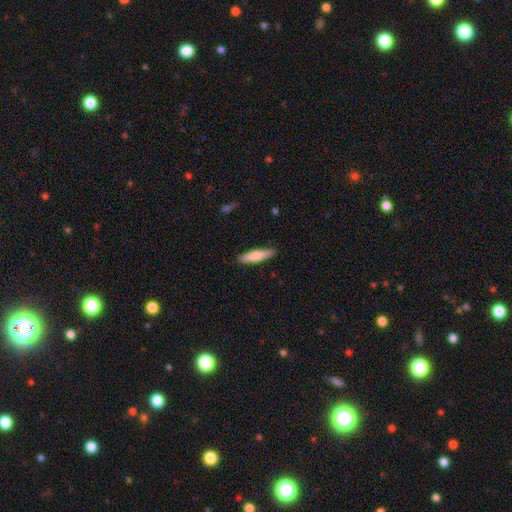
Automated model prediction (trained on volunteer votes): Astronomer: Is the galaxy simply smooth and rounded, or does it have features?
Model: smooth — 77%.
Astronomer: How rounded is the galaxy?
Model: cigar-shaped — 87%.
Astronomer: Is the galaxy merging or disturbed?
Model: none — 90%.